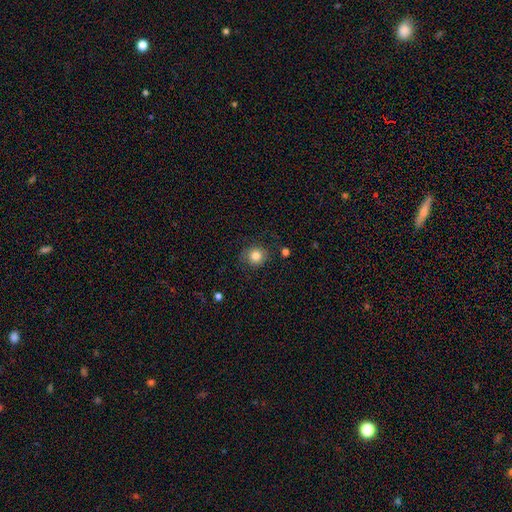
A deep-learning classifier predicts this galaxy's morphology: smooth-or-featured: smooth: 82% | star or artifact: 10% | featured or disk: 8%
  how-rounded: round: 84% | in between: 16% | cigar-shaped: 1%
  merging: none: 78% | minor disturbance: 15% | major disturbance: 5% | merger: 2%